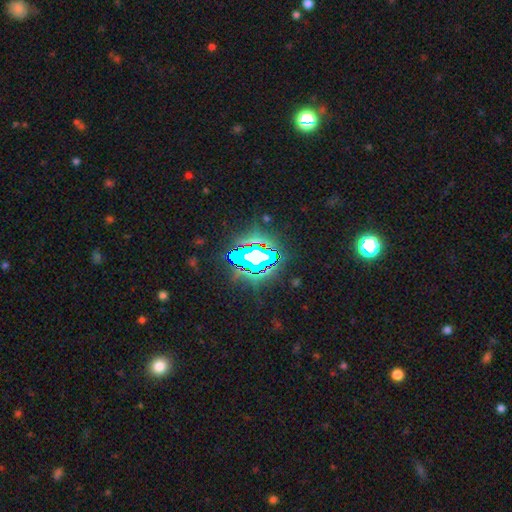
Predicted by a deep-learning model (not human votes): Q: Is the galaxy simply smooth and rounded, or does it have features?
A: star or artifact — 75%.